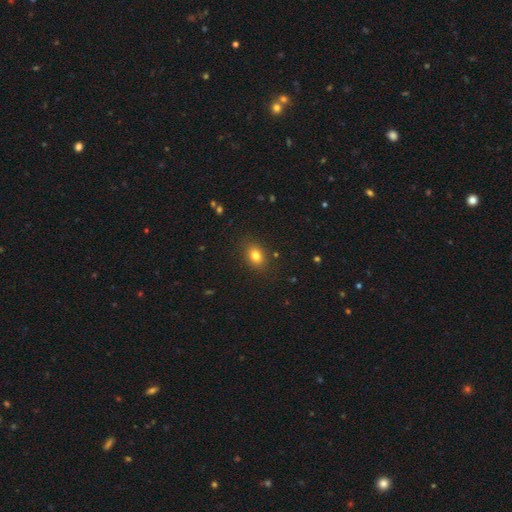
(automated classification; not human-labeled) Overall: smooth (80%). How rounded: in between (70%). Merging: none (86%).